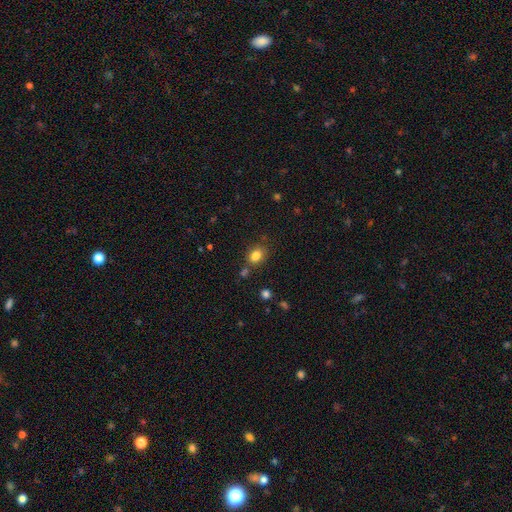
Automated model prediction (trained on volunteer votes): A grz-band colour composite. It shows a smooth galaxy with no disk features (83%) that is in between round and cigar-shaped (67%). Merging: none (76%).